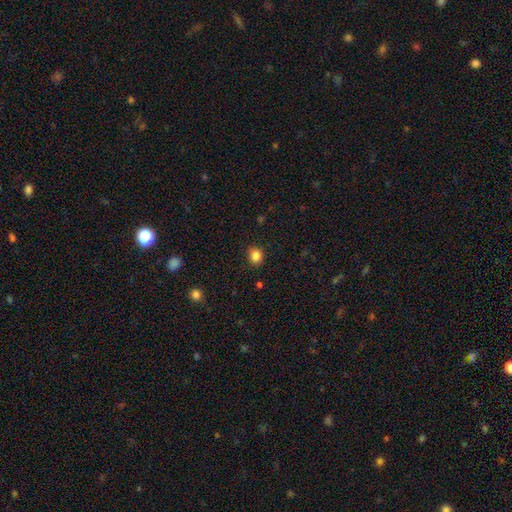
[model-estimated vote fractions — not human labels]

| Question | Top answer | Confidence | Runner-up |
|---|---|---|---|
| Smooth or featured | smooth | 85% | star or artifact (11%) |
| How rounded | round | 70% | in between (29%) |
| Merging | none | 88% | minor disturbance (8%) |